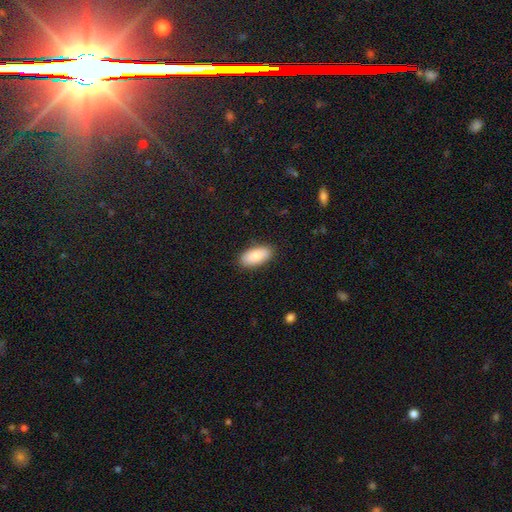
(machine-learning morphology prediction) smooth 85%, featured or disk 9%, star or artifact 6%. Down the decision tree: how rounded — in between (93%); merging — none (88%).